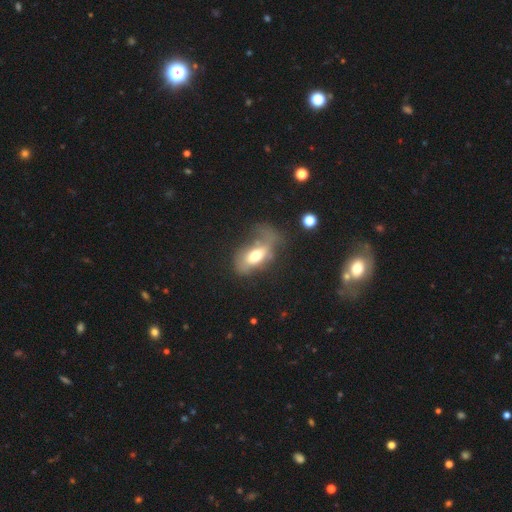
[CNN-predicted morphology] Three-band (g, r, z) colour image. It shows a smooth galaxy with no disk features (57%) that is in between round and cigar-shaped (86%). Merging: major disturbance (43%).